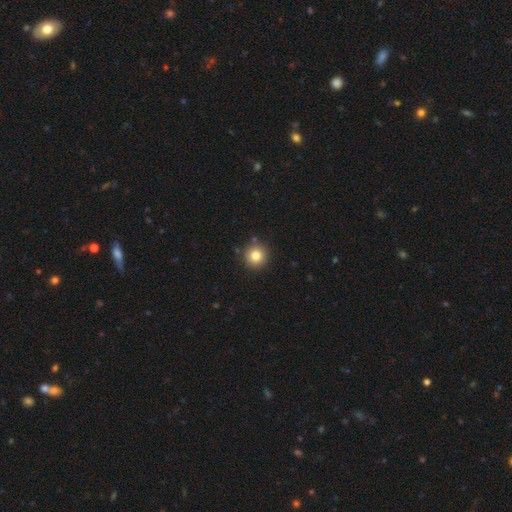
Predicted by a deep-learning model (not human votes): smooth 82%, star or artifact 11%, featured or disk 7%. Down the decision tree: how rounded — round (94%); merging — none (88%).